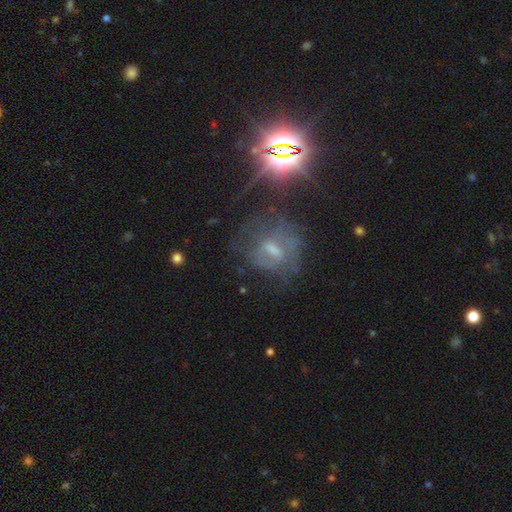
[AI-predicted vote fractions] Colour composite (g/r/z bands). It shows a featured or disk galaxy (44%). Merging: none (58%).